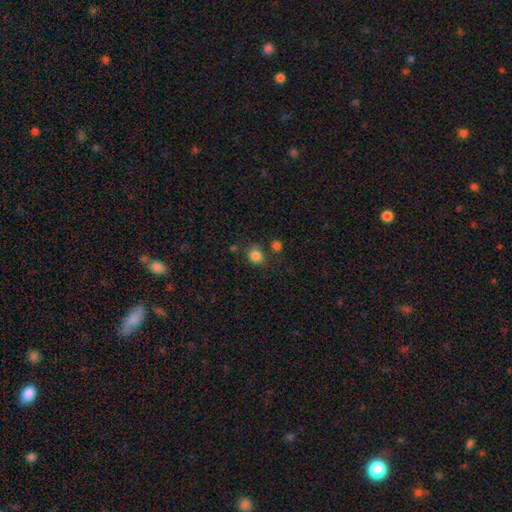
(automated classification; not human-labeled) Smooth or featured? Predicted: smooth (p=0.84). How rounded? Predicted: round (p=0.66). Merging? Predicted: none (p=0.71).